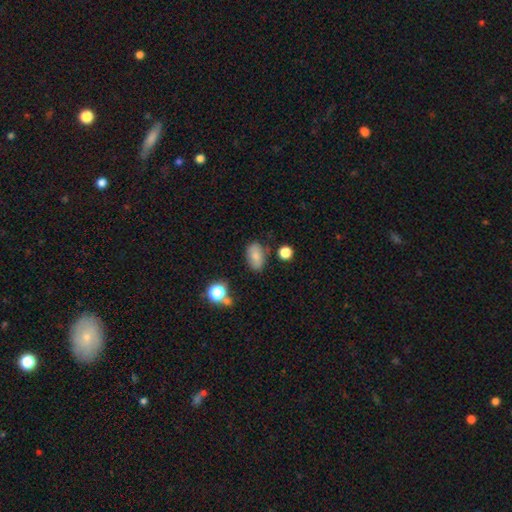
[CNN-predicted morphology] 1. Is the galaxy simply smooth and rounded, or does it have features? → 77% smooth, 13% featured or disk, 10% star or artifact.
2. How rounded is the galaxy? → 87% in between, 11% round, 2% cigar-shaped.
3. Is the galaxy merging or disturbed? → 72% none, 19% minor disturbance, 5% major disturbance, 4% merger.